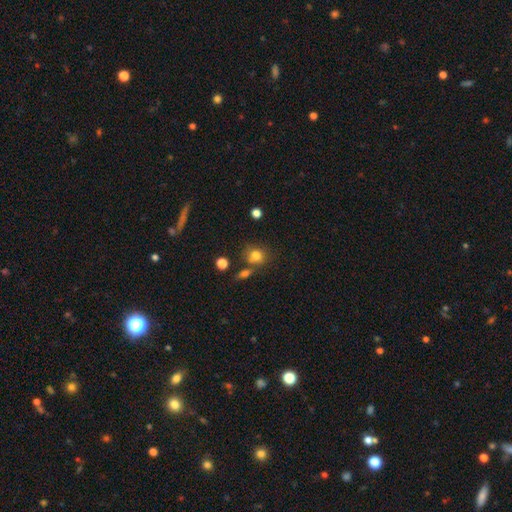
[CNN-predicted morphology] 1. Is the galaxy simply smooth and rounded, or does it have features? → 79% smooth, 12% star or artifact, 9% featured or disk.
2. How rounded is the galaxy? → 75% round, 24% in between, 1% cigar-shaped.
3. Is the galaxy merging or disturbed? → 64% none, 16% merger, 15% minor disturbance, 6% major disturbance.